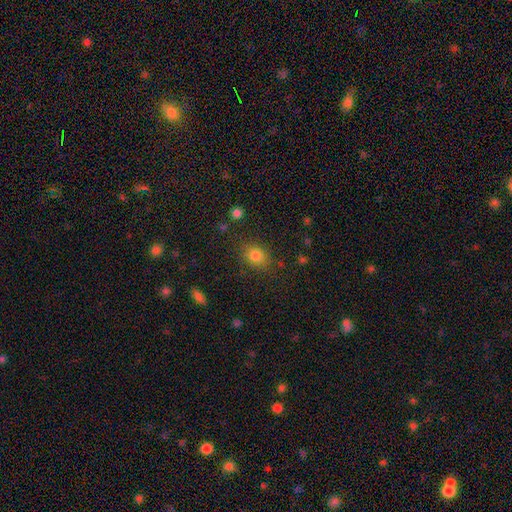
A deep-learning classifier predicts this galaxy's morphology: Overall: smooth (81%). How rounded: round (50%; in between 49%). Merging: none (81%).